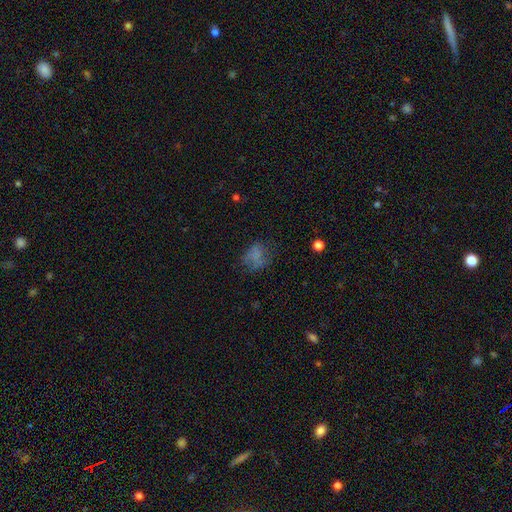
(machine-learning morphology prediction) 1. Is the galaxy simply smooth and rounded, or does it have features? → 62% smooth, 21% featured or disk, 17% star or artifact.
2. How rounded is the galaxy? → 58% in between, 40% round, 2% cigar-shaped.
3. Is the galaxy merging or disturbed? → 51% none, 23% minor disturbance, 22% major disturbance, 3% merger.